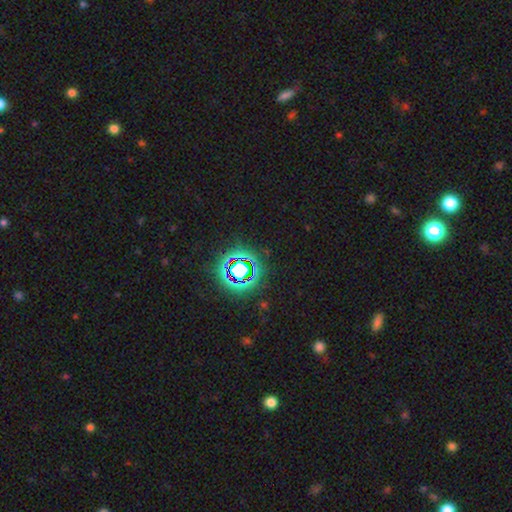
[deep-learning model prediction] Smooth or featured?
  - star or artifact: 78% *
  - smooth: 15%
  - featured or disk: 8%